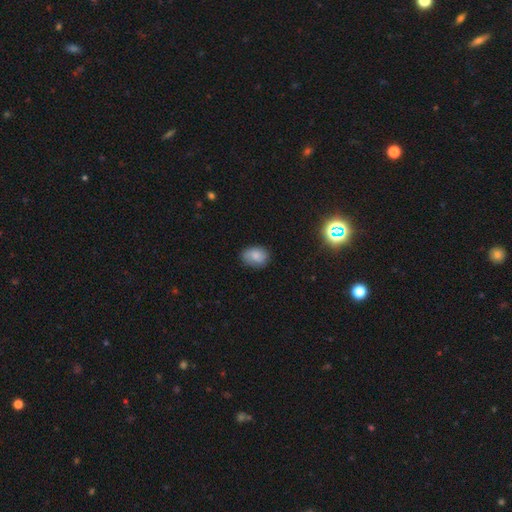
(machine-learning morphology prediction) This appears to be a smooth galaxy with no disk features (77%) that is in between round and cigar-shaped (67%). Merging: none (75%).